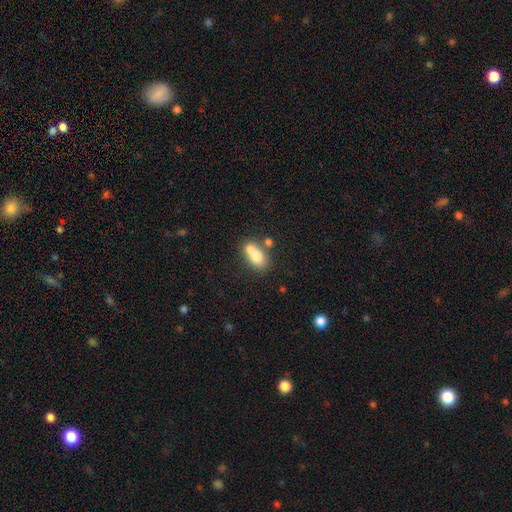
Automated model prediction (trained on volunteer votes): Smooth or featured?
  - smooth: 72% *
  - featured or disk: 19%
  - star or artifact: 10%
How rounded?
  - in between: 74% *
  - round: 24%
  - cigar-shaped: 2%
Merging?
  - merger: 51% *
  - none: 35%
  - minor disturbance: 10%
  - major disturbance: 4%